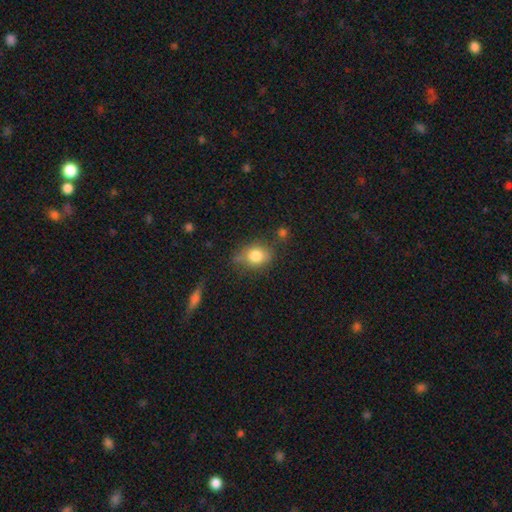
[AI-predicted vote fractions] Smooth or featured? Predicted: smooth (p=0.79). How rounded? Predicted: in between (p=0.50). Merging? Predicted: none (p=0.63).